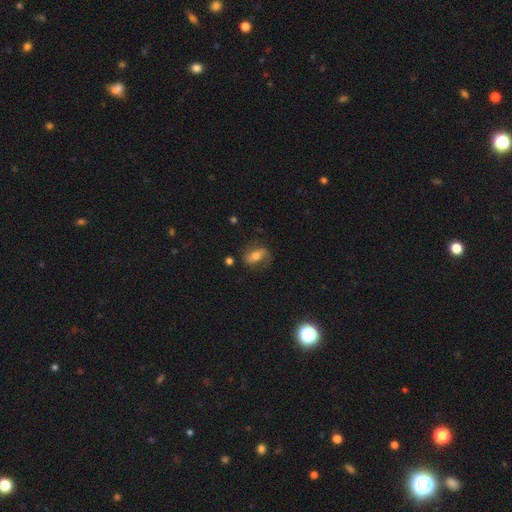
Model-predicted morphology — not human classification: Smooth or featured?
  - featured or disk: 48% *
  - smooth: 43%
  - star or artifact: 9%
Merging?
  - none: 69% *
  - minor disturbance: 19%
  - major disturbance: 10%
  - merger: 2%